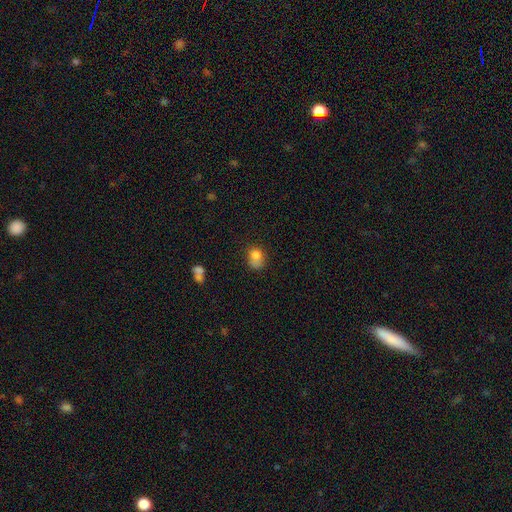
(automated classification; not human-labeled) The model was most divided on "how rounded": in between: 51%, round: 47%, cigar-shaped: 1%. Remaining: smooth or featured — smooth (77%); merging — none (38%).